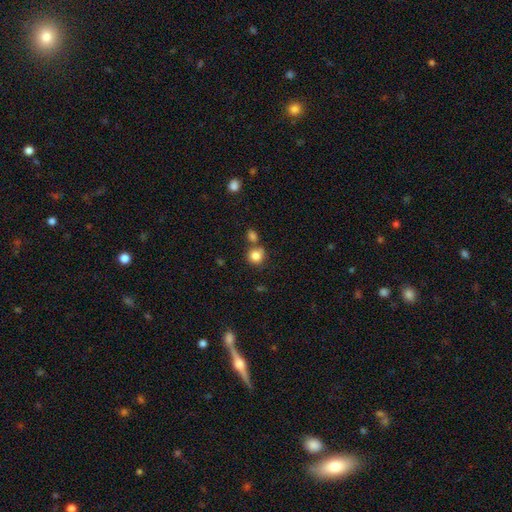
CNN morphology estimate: Smooth or featured: smooth — 84% (star or artifact — 10%)
How rounded: round — 86% (in between — 13%)
Merging: none — 63% (merger — 22%)